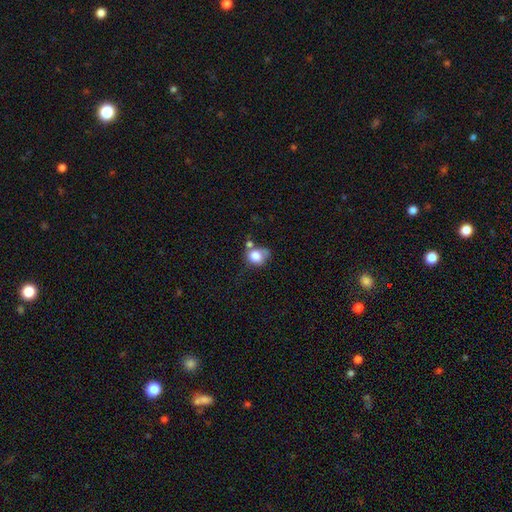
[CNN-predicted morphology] This is likely a smooth galaxy (78%). How rounded: likely round (64%). Merging: marginally none (37%).